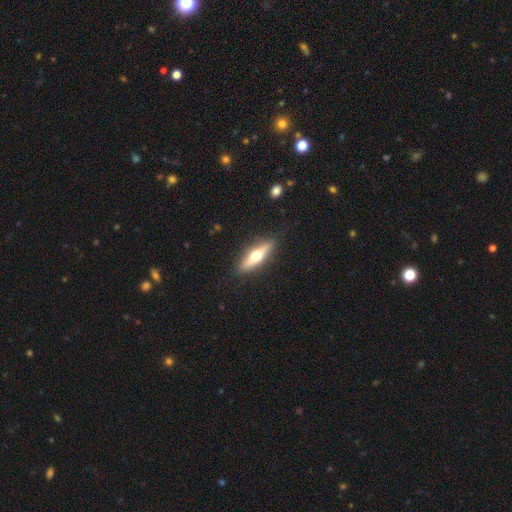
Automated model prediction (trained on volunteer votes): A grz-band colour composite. It shows a featured or disk galaxy (48%). Merging: none (88%).